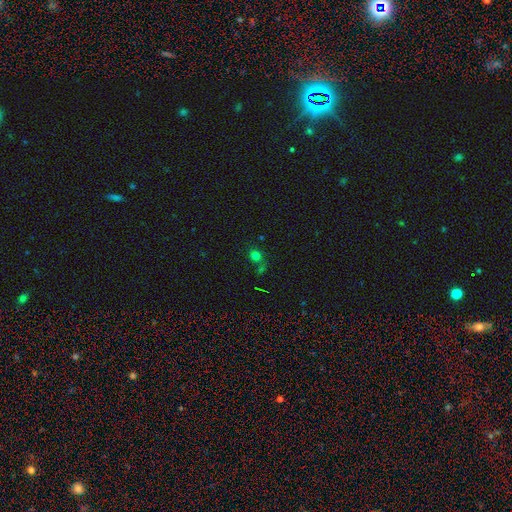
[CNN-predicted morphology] smooth 67%, star or artifact 25%, featured or disk 8%. Down the decision tree: how rounded — round (83%); merging — none (64%).